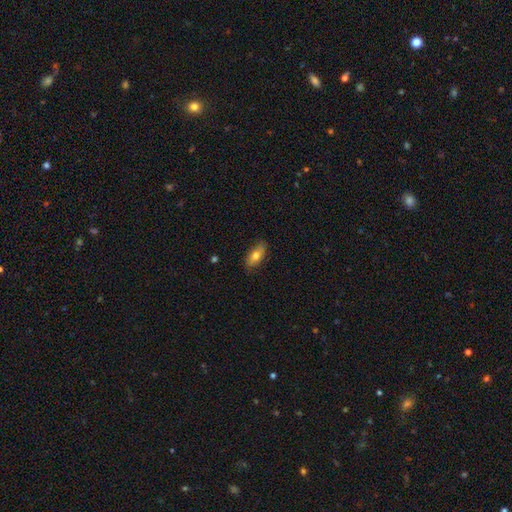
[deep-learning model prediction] Smooth or featured? smooth (73%)
How rounded? in between (86%)
Merging? none (83%)